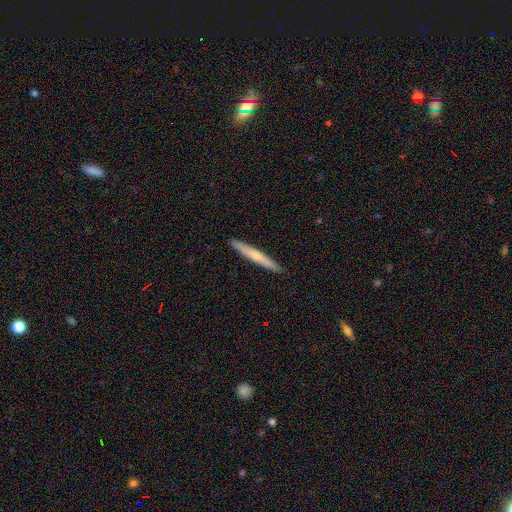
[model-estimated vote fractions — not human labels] smooth 53%, featured or disk 42%, star or artifact 5%. Down the decision tree: how rounded — cigar-shaped (96%); merging — none (92%).